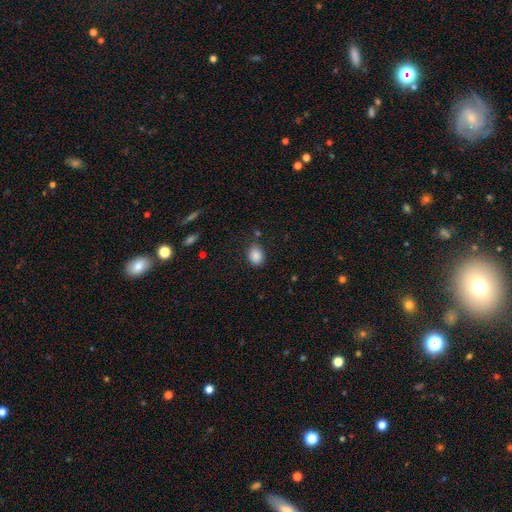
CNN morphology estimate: smooth 87%, star or artifact 9%, featured or disk 5%. Down the decision tree: how rounded — in between (67%); merging — none (79%).